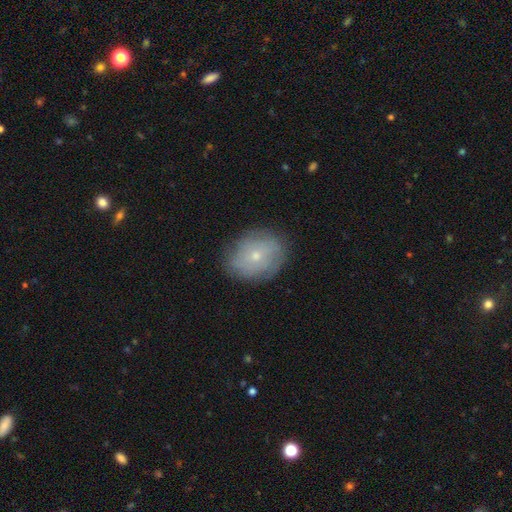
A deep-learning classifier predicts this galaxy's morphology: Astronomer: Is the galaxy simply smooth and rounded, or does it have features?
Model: smooth — 49% (runner-up: featured or disk, 41%).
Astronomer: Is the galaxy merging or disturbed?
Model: none — 81%.